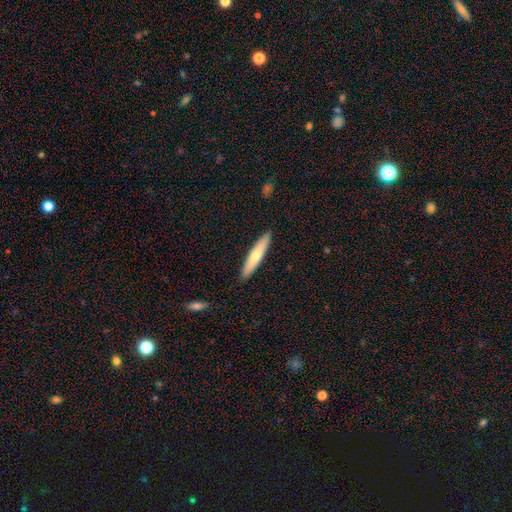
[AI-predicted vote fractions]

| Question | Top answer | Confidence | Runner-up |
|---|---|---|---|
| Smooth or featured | smooth | 63% | featured or disk (32%) |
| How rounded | cigar-shaped | 88% | in between (11%) |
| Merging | none | 90% | minor disturbance (7%) |